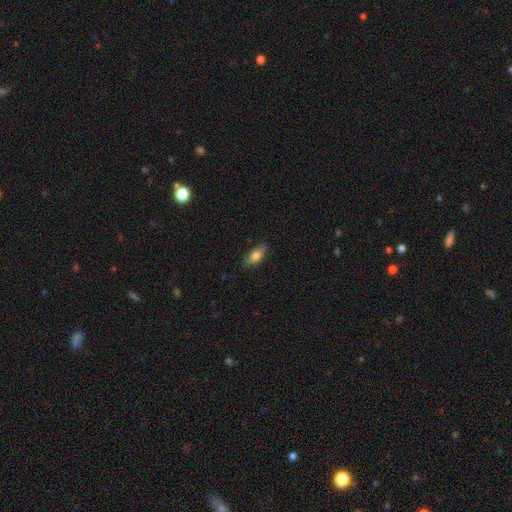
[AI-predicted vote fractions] Smooth or featured? smooth (76%)
How rounded? in between (79%)
Merging? none (83%)